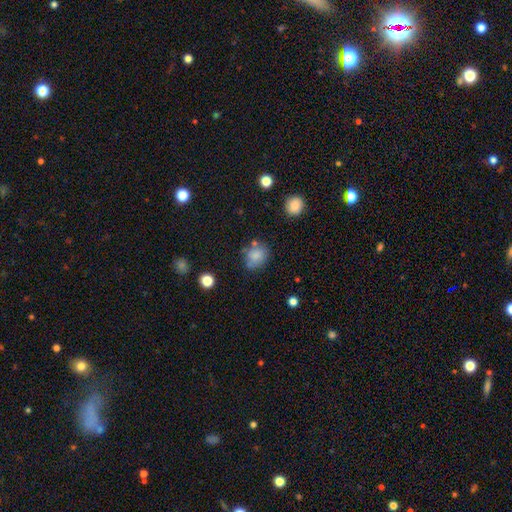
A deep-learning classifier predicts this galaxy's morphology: type=smooth (80%); roundness=round (53%); merging=none (62%).